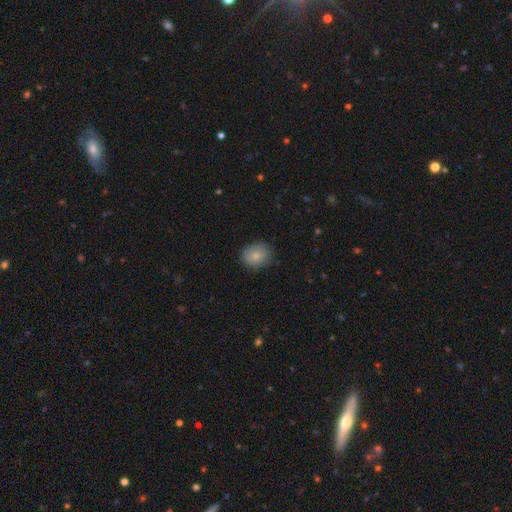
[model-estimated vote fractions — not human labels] smooth-or-featured: smooth: 83% | featured or disk: 9% | star or artifact: 8%
  how-rounded: round: 64% | in between: 35% | cigar-shaped: 1%
  merging: none: 84% | minor disturbance: 12% | major disturbance: 3% | merger: 1%